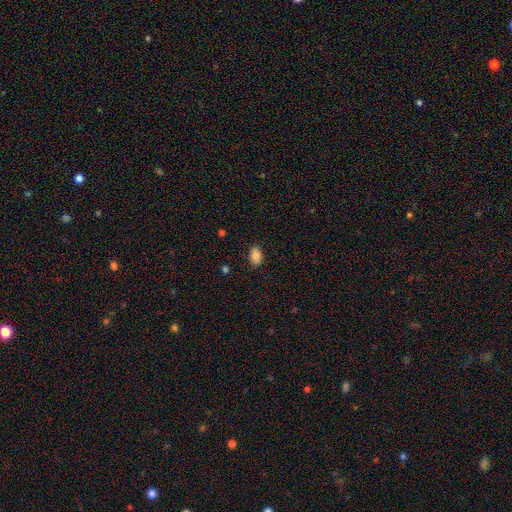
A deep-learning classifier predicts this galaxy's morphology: This is clearly a smooth galaxy (85%). How rounded: clearly in between (89%). Merging: clearly none (86%).